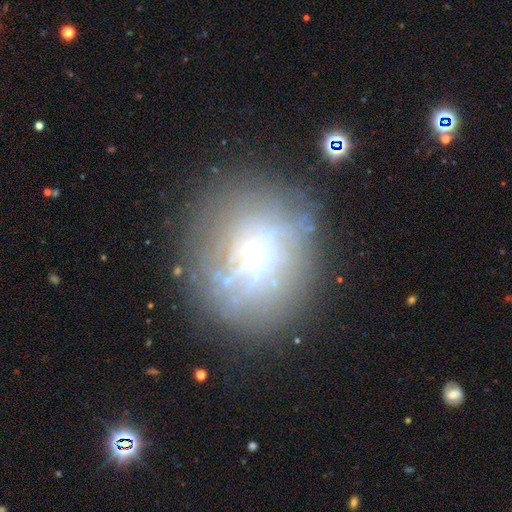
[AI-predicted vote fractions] A featured or disk galaxy (45%). Merging: none (74%).